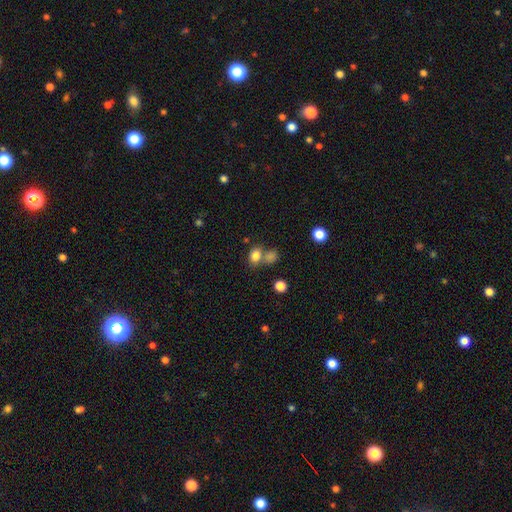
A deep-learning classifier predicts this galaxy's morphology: Overall: smooth (80%). How rounded: in between (61%; round 38%). Merging: none (50%; merger 33%).